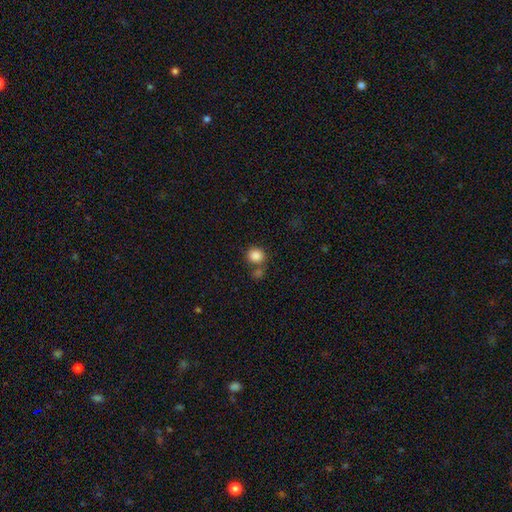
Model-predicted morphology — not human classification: type=smooth (86%); roundness=round (84%); merging=none (64%).